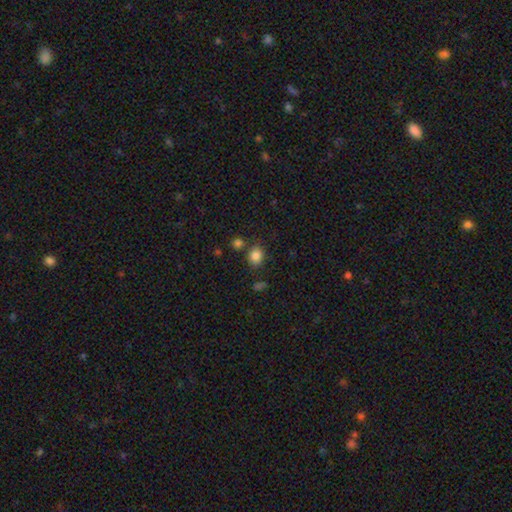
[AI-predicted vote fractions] The model was most divided on "how rounded": round: 63%, in between: 36%, cigar-shaped: 1%. More confident: smooth or featured — smooth (84%); merging — none (77%).